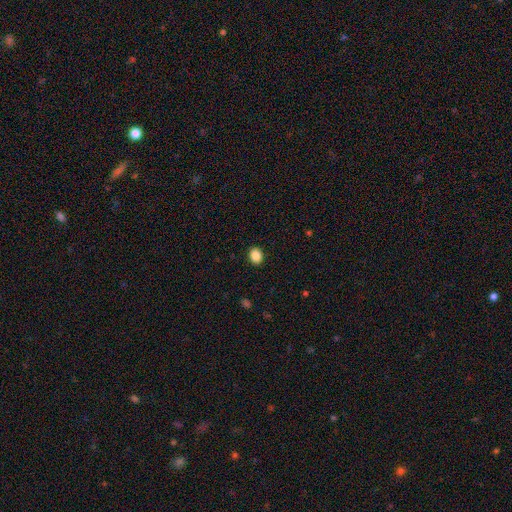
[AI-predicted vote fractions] Smooth or featured? Predicted: smooth (p=0.87). How rounded? Predicted: round (p=0.53). Merging? Predicted: none (p=0.92).